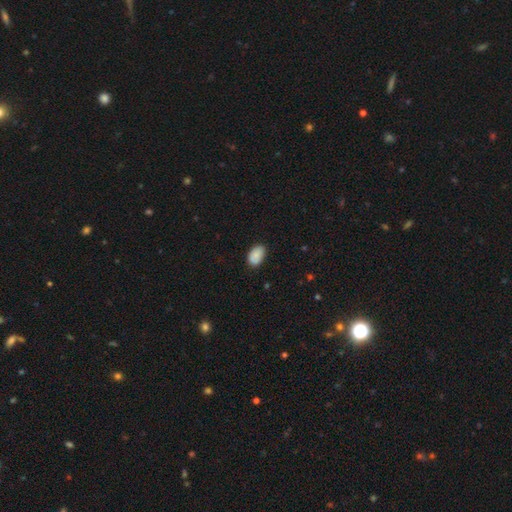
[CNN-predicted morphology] smooth_or_featured: smooth (p=0.84) [alt: featured or disk p=0.09]
how_rounded: in between (p=0.90) [alt: round p=0.09]
merging: none (p=0.78) [alt: minor disturbance p=0.17]